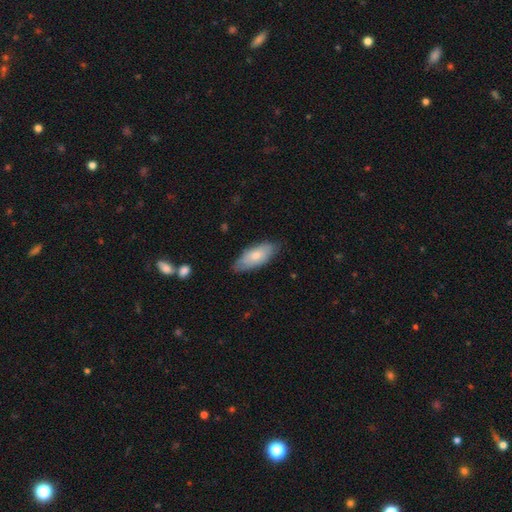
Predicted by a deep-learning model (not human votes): This appears to be a smooth galaxy with no disk features (72%) that is in between round and cigar-shaped (84%). Merging: none (73%).